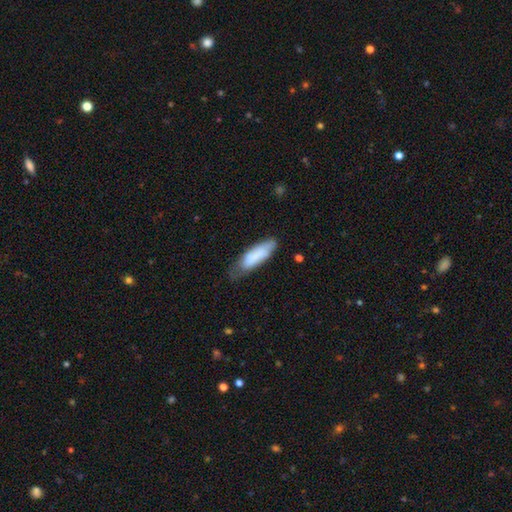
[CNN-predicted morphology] This appears to be a smooth galaxy with no disk features (79%) that is cigar-shaped (50%). Merging: none (51%).